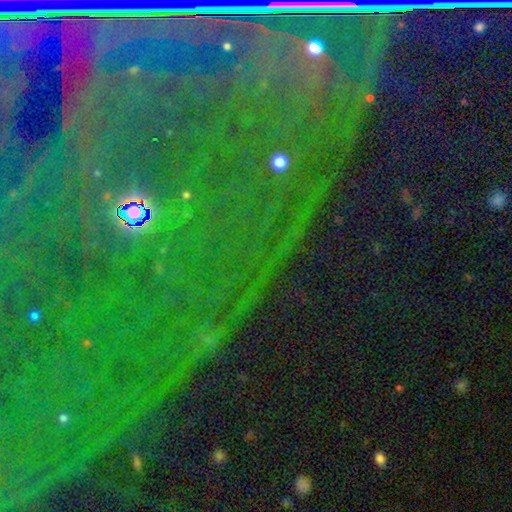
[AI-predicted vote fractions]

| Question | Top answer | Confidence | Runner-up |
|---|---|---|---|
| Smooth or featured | star or artifact | 82% | featured or disk (10%) |